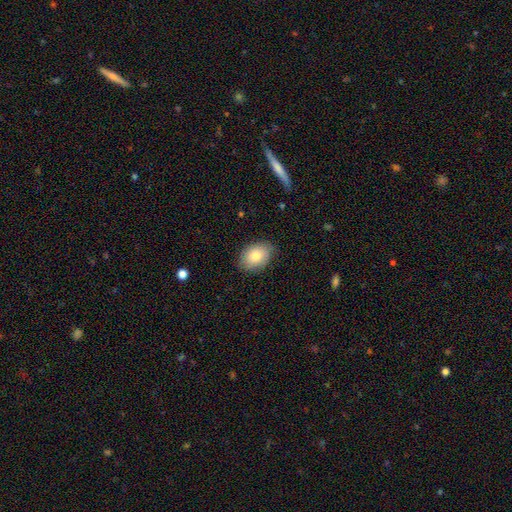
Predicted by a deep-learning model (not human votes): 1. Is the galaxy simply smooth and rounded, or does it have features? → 83% smooth, 11% featured or disk, 7% star or artifact.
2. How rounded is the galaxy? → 78% in between, 21% round, 1% cigar-shaped.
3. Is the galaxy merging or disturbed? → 81% none, 15% minor disturbance, 3% major disturbance, 1% merger.